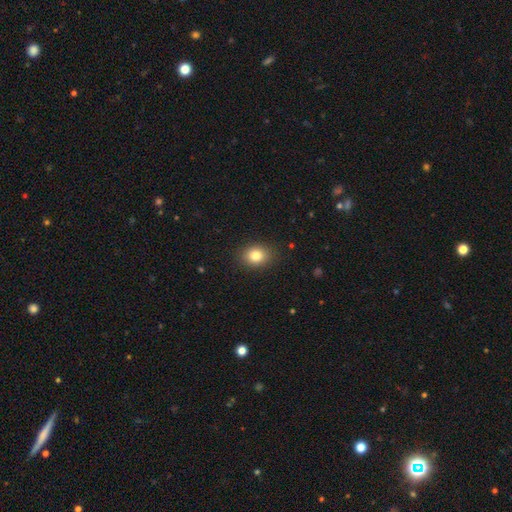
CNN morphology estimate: This is clearly a smooth galaxy (82%). How rounded: possibly round (51%). Merging: clearly none (88%).